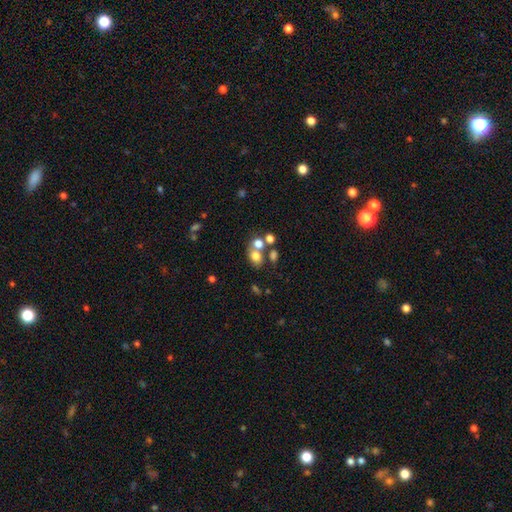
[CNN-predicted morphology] Smooth or featured? Predicted: smooth (p=0.71). How rounded? Predicted: in between (p=0.53). Merging? Predicted: none (p=0.45).